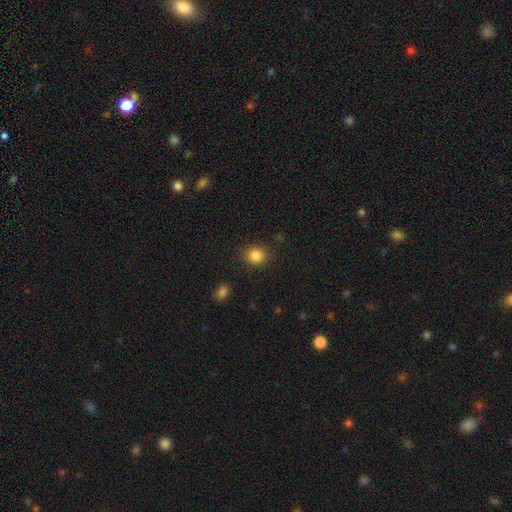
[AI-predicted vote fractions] This is clearly a smooth galaxy (85%). How rounded: likely round (78%). Merging: clearly none (86%).